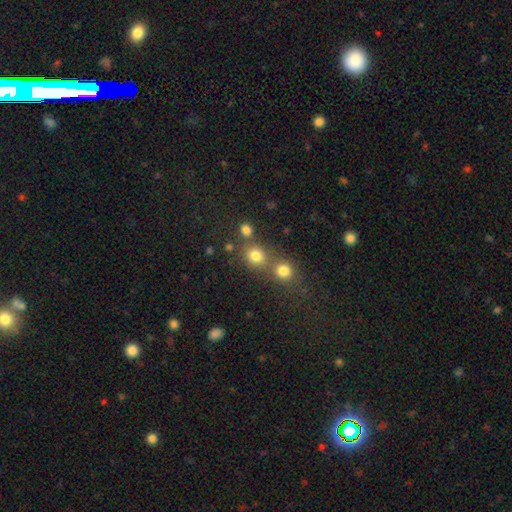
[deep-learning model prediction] Smooth or featured? smooth (78%)
How rounded? round (80%)
Merging? none (55%)